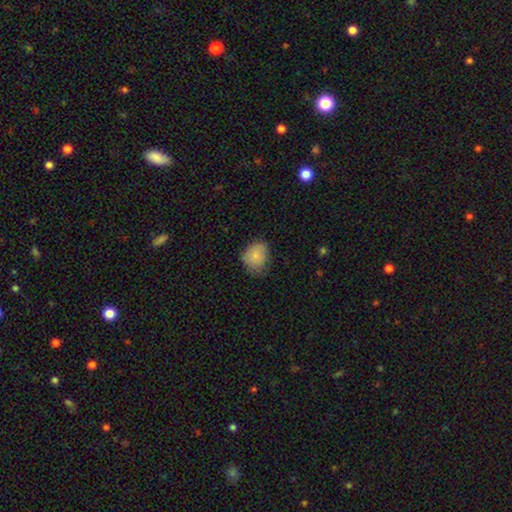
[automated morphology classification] A smooth galaxy with no disk features (80%) that is round (60%).

Vote fractions:
- Smooth or featured? smooth: 80% / featured or disk: 11% / star or artifact: 9%
- How rounded? round: 60% / in between: 39% / cigar-shaped: 1%
- Merging? none: 59% / minor disturbance: 32% / major disturbance: 8% / merger: 1%